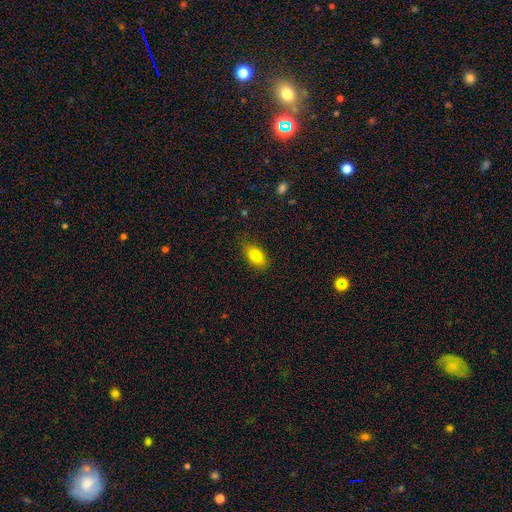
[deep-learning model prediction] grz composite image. It shows a smooth galaxy with no disk features (82%) that is in between round and cigar-shaped (88%). Merging: none (83%).